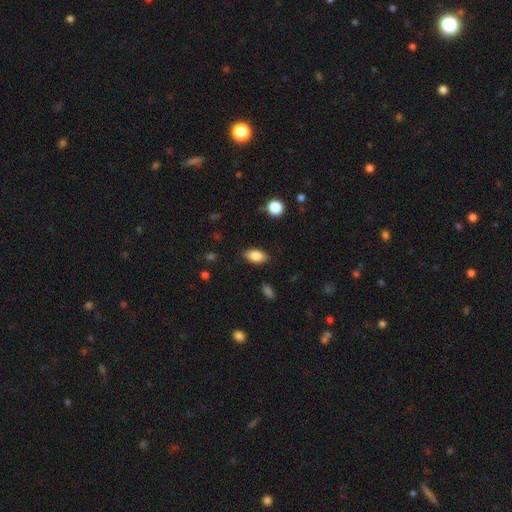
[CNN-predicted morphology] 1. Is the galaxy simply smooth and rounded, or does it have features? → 83% smooth, 9% featured or disk, 8% star or artifact.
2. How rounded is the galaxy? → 91% in between, 5% round, 4% cigar-shaped.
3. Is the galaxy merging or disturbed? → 85% none, 11% minor disturbance, 3% major disturbance, 1% merger.